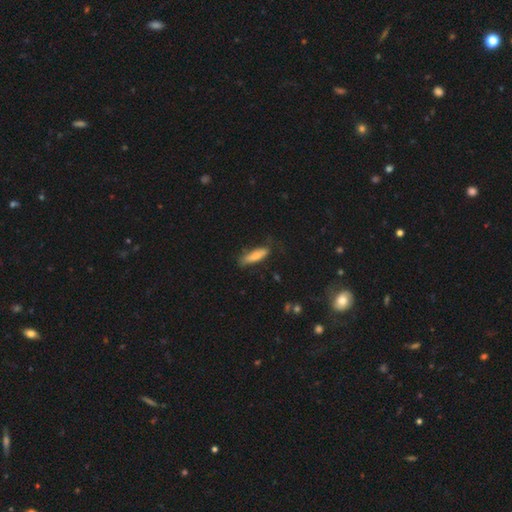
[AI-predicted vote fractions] This appears to be a smooth galaxy with no disk features (79%) that is cigar-shaped (63%). Merging: none (67%).